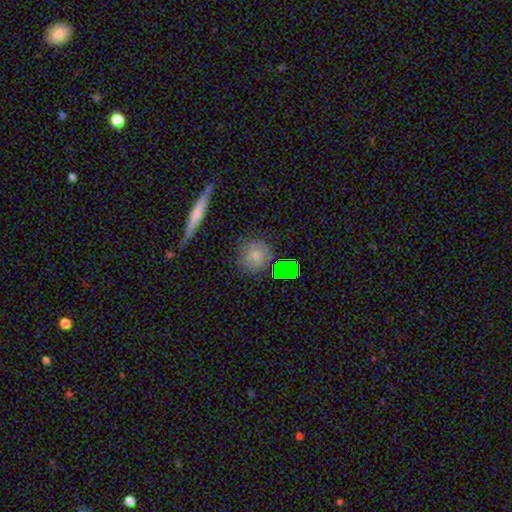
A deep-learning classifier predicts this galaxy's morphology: A smooth galaxy with no disk features (71%) that is round (85%). Merging: none (81%).